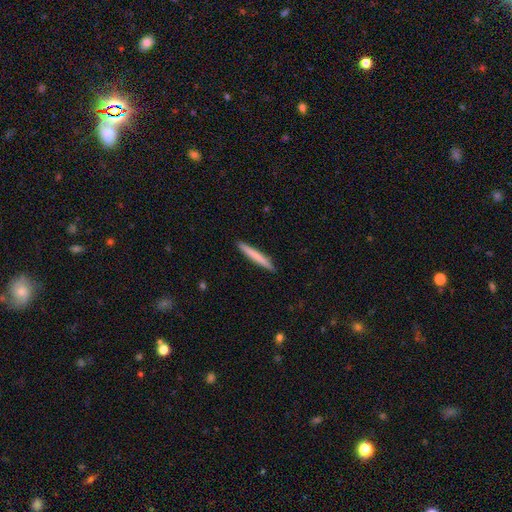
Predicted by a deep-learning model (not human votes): The model was most divided on "smooth or featured": smooth: 71%, featured or disk: 24%, star or artifact: 5%. More confident: how rounded — cigar-shaped (96%); merging — none (92%).